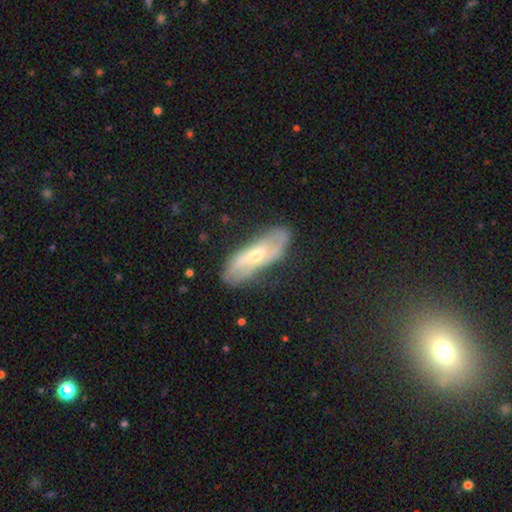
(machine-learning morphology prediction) The model was most divided on "smooth or featured": featured or disk: 65%, smooth: 28%, star or artifact: 8%. More confident: merging — none (75%); edge-on disk — no (73%).